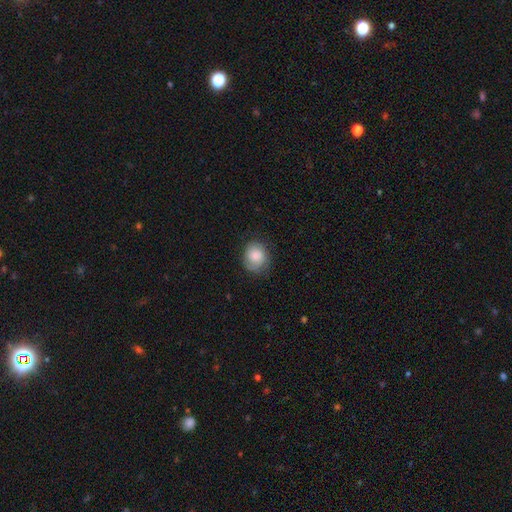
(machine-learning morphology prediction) This is likely a smooth galaxy (71%). How rounded: likely round (68%). Merging: likely none (71%).